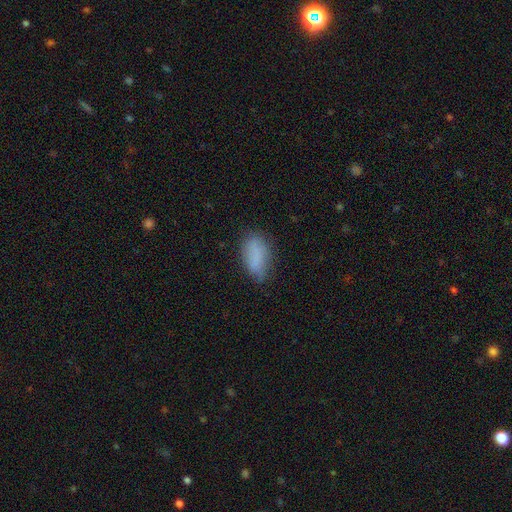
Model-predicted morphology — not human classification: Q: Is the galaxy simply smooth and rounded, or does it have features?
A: smooth — 81%.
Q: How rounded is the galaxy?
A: in between — 86%.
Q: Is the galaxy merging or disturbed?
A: none — 67%.